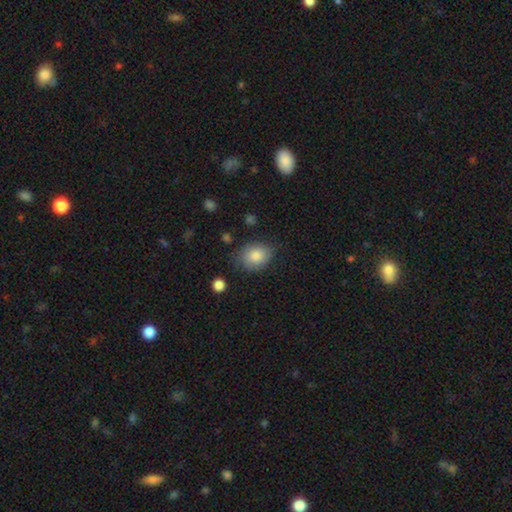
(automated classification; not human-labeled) Q: Smooth or featured?
A: smooth (84%); runner-up: featured or disk (8%)
Q: How rounded?
A: in between (59%); runner-up: round (40%)
Q: Merging?
A: none (73%); runner-up: minor disturbance (21%)